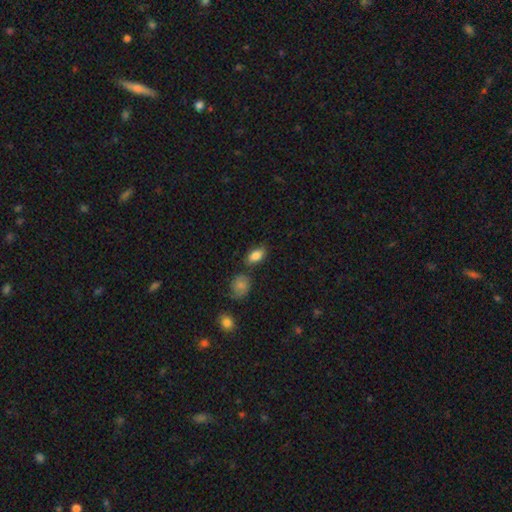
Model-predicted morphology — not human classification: This appears to be a smooth galaxy with no disk features (85%) that is in between round and cigar-shaped (89%). Merging: none (70%).